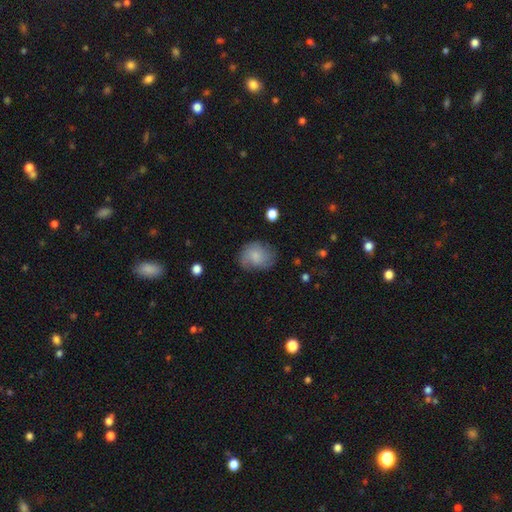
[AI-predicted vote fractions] Smooth or featured?
  - smooth: 67% *
  - featured or disk: 25%
  - star or artifact: 8%
How rounded?
  - round: 54% *
  - in between: 45%
  - cigar-shaped: 1%
Merging?
  - none: 63% *
  - minor disturbance: 26%
  - major disturbance: 9%
  - merger: 2%